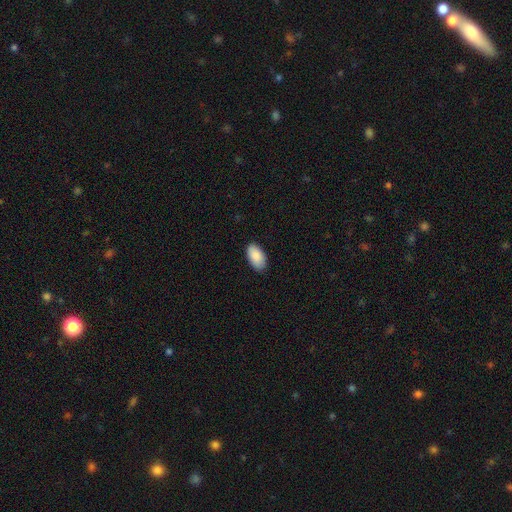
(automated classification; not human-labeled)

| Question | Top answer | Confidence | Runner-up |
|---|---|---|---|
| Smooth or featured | smooth | 89% | star or artifact (6%) |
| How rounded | in between | 96% | round (3%) |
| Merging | none | 87% | minor disturbance (10%) |